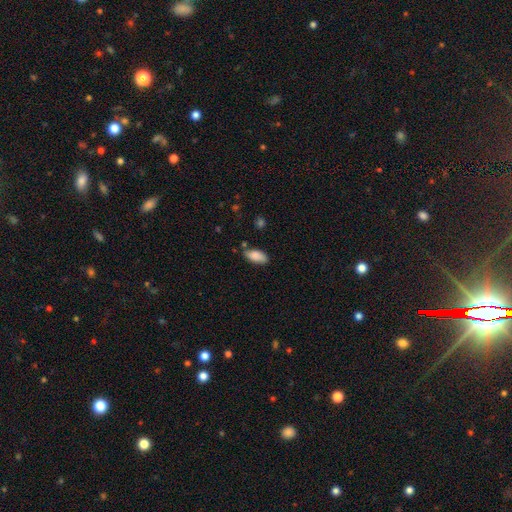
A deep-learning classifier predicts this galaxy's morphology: The model was most divided on "merging": none: 76%, minor disturbance: 17%, merger: 4%, major disturbance: 3%. More confident: how rounded — in between (90%); smooth or featured — smooth (87%).